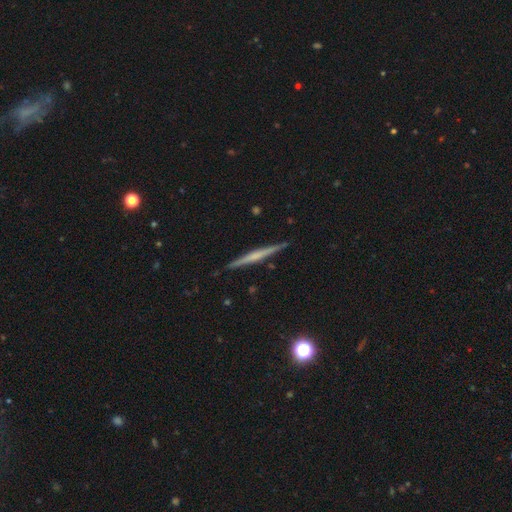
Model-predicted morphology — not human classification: smooth-or-featured: featured or disk: 62% | smooth: 31% | star or artifact: 6%
  disk-edge-on: yes: 98% | no: 2%
    edge-on-bulge: none: 52% | rounded: 34% | boxy: 15%
  merging: none: 91% | minor disturbance: 7% | major disturbance: 1% | merger: 1%